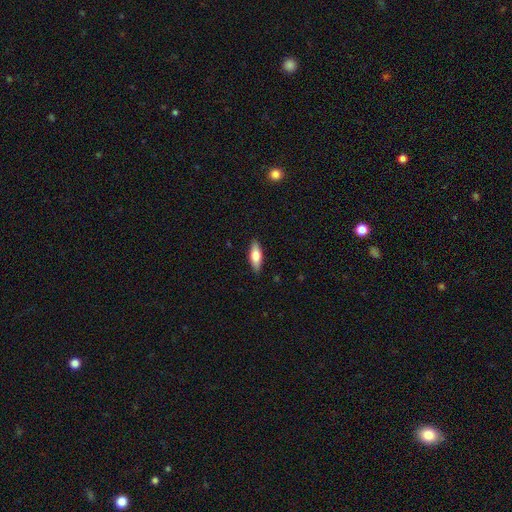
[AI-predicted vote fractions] Q: Smooth or featured?
A: smooth (68%); runner-up: featured or disk (26%)
Q: How rounded?
A: in between (60%); runner-up: cigar-shaped (37%)
Q: Merging?
A: none (89%); runner-up: minor disturbance (9%)